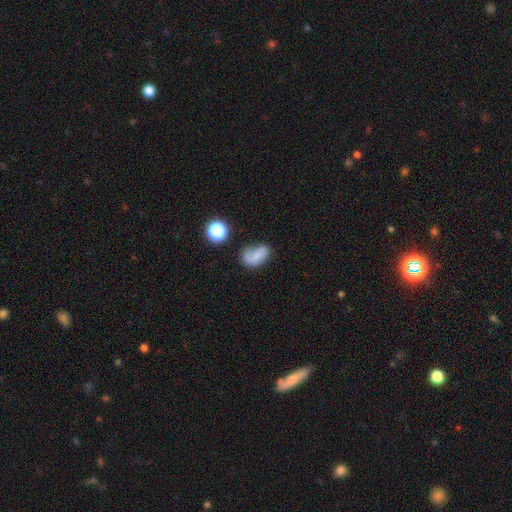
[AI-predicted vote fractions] A smooth galaxy with no disk features (59%) that is in between round and cigar-shaped (80%). Merging: none (47%).